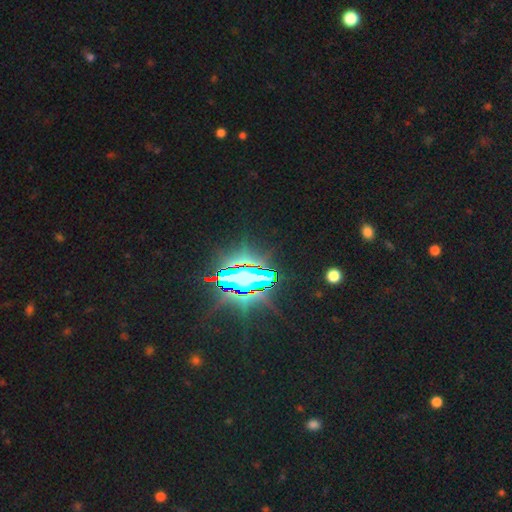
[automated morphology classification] star or artifact 84%, smooth 9%, featured or disk 7%.